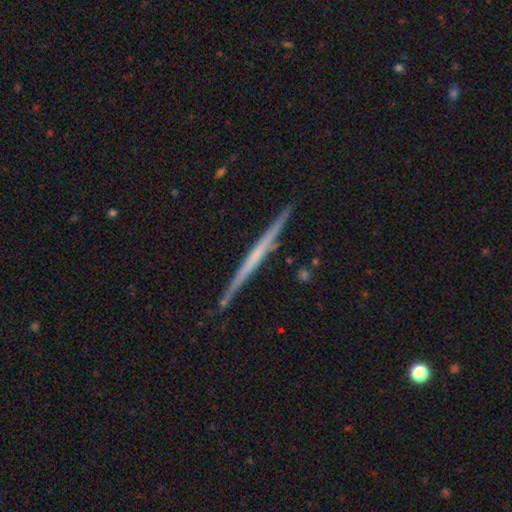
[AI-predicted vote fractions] Overall: featured or disk (68%). Edge-on disk: yes (98%). Edge-on bulge: none (83%). Merging: none (91%).